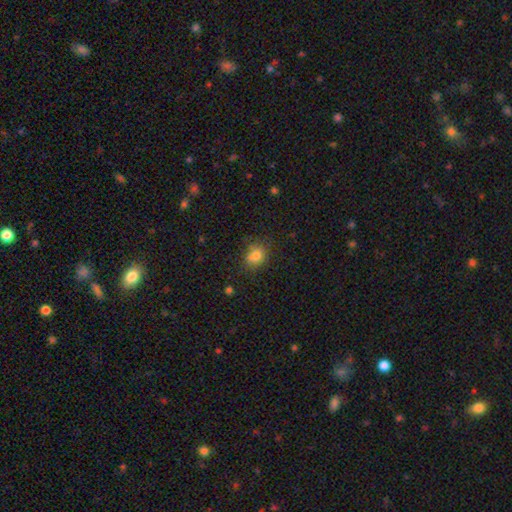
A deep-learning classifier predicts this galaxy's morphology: The model was most divided on "how rounded": round: 63%, in between: 36%, cigar-shaped: 1%. More confident: smooth or featured — smooth (80%); merging — none (73%).